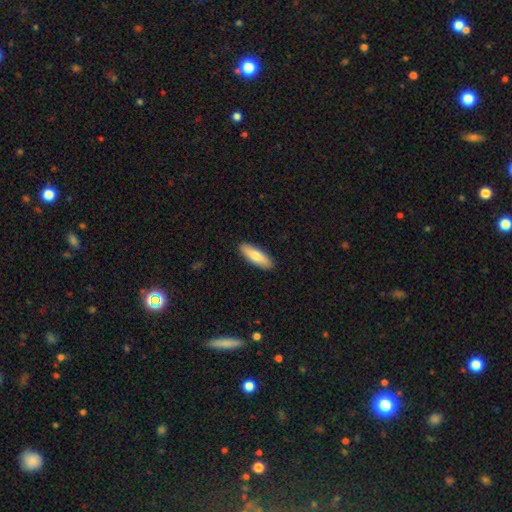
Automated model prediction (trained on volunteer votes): Morphology: type=smooth (74%); roundness=in between (53%); merging=none (90%).